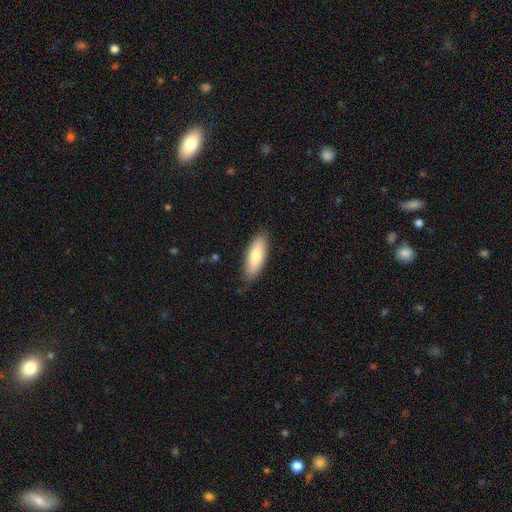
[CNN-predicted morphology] The model was most divided on "how rounded": in between: 66%, cigar-shaped: 32%, round: 2%. More confident: merging — none (83%); smooth or featured — smooth (77%).